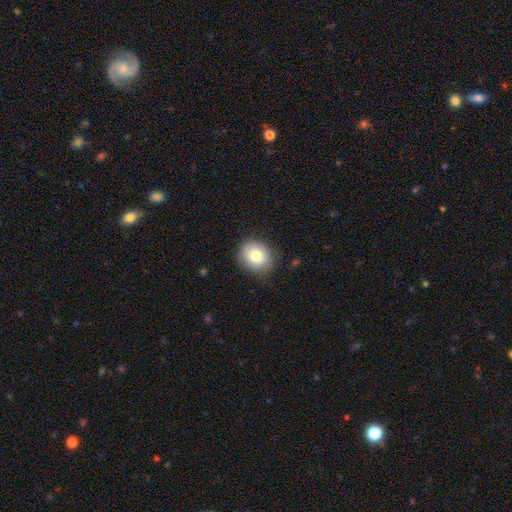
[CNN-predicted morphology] Smooth or featured?
  - smooth: 83% *
  - featured or disk: 9%
  - star or artifact: 8%
How rounded?
  - round: 67% *
  - in between: 33%
  - cigar-shaped: 1%
Merging?
  - none: 85% *
  - minor disturbance: 11%
  - major disturbance: 3%
  - merger: 1%